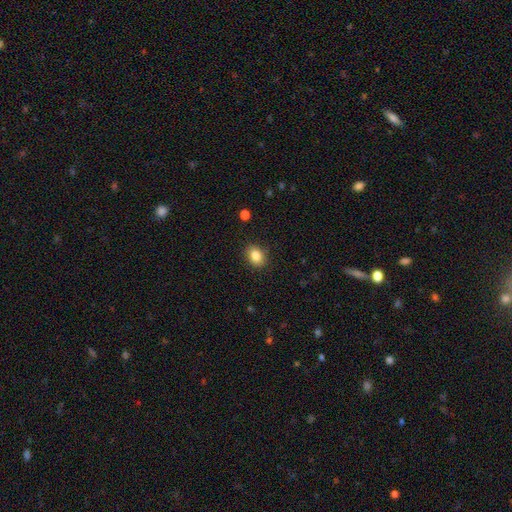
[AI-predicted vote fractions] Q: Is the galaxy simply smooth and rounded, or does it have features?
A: smooth — 85%.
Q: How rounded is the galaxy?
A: in between — 65%.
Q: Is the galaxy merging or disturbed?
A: none — 88%.